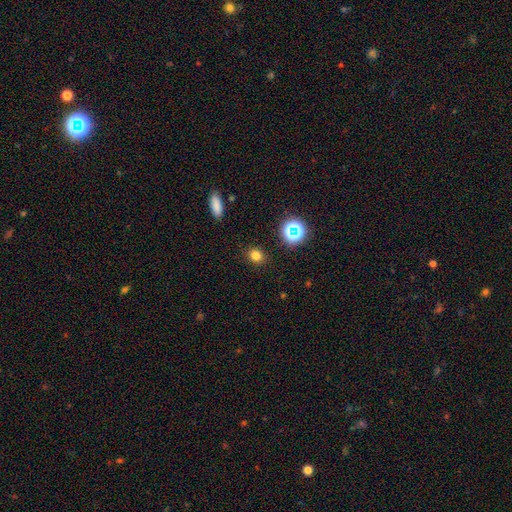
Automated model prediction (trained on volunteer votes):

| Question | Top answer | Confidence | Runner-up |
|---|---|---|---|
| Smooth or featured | smooth | 77% | star or artifact (18%) |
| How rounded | round | 69% | in between (30%) |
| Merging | none | 89% | minor disturbance (7%) |